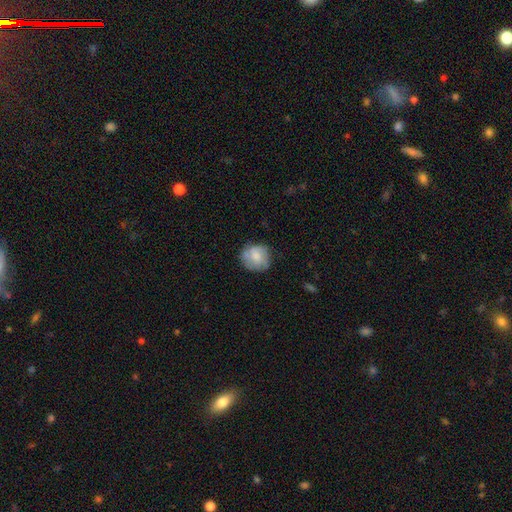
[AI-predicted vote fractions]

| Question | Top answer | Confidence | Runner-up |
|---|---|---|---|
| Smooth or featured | smooth | 65% | featured or disk (27%) |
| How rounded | round | 82% | in between (17%) |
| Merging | none | 68% | minor disturbance (23%) |